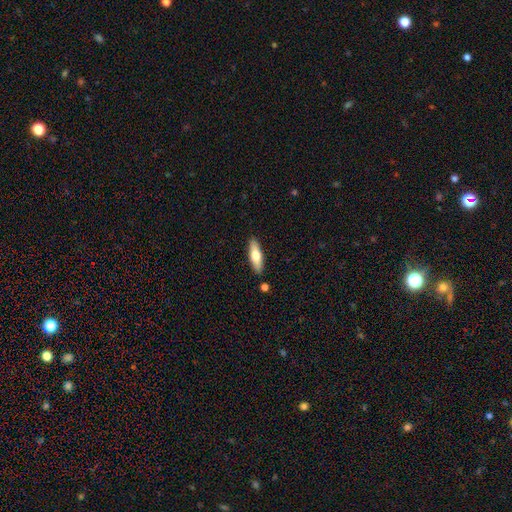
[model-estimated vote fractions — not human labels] Smooth or featured?
  - smooth: 64% *
  - featured or disk: 31%
  - star or artifact: 6%
How rounded?
  - cigar-shaped: 51% *
  - in between: 47%
  - round: 2%
Merging?
  - none: 88% *
  - minor disturbance: 8%
  - merger: 3%
  - major disturbance: 2%